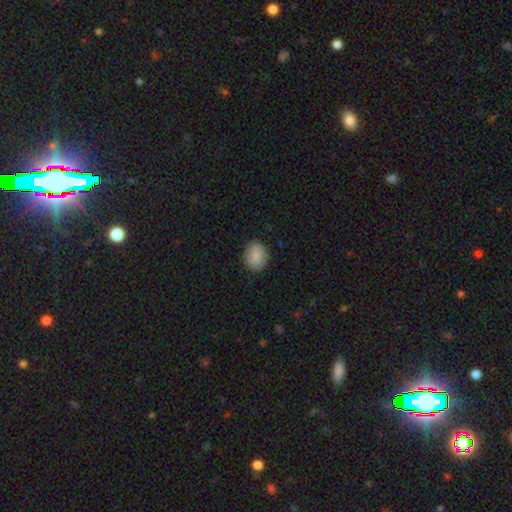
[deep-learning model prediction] A smooth galaxy with no disk features (86%) that is round (56%). Merging: none (86%).